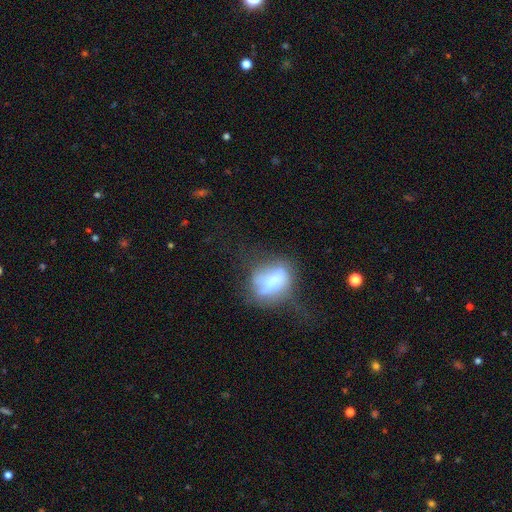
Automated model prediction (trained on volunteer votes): Morphology: type=smooth (46%); merging=none (50%).